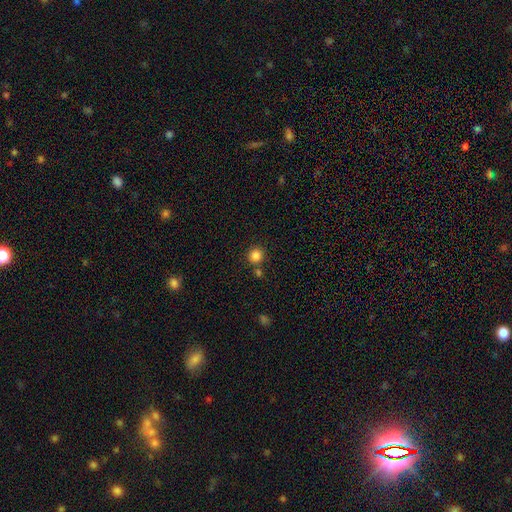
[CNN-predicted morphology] smooth_or_featured: smooth (p=0.84) [alt: star or artifact p=0.12]
how_rounded: round (p=0.93) [alt: in between p=0.06]
merging: none (p=0.79) [alt: merger p=0.11]